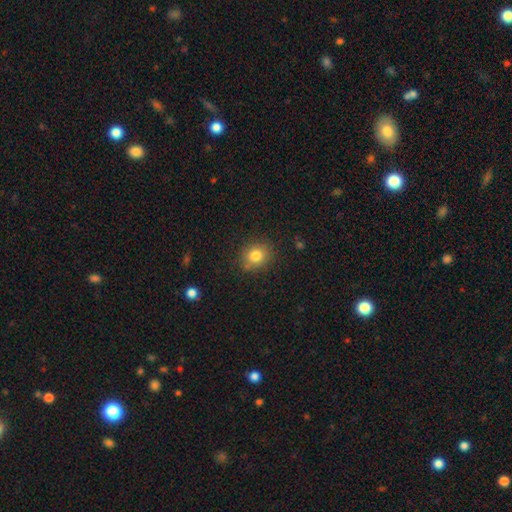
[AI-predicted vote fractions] smooth_or_featured: smooth (p=0.81) [alt: star or artifact p=0.12]
how_rounded: round (p=0.76) [alt: in between p=0.23]
merging: none (p=0.82) [alt: minor disturbance p=0.12]